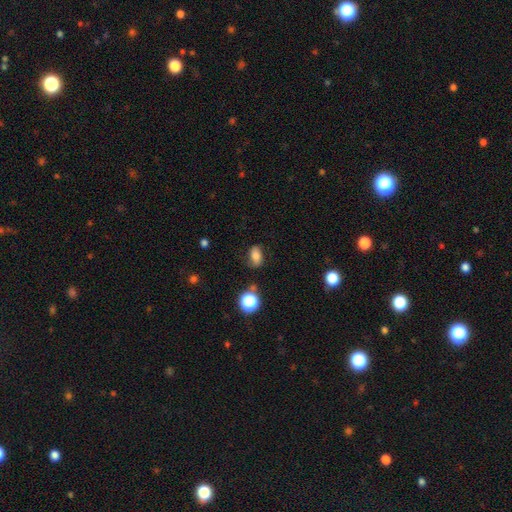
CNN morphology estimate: Smooth or featured: smooth — 71% (featured or disk — 15%)
How rounded: in between — 80% (round — 18%)
Merging: none — 70% (minor disturbance — 21%)